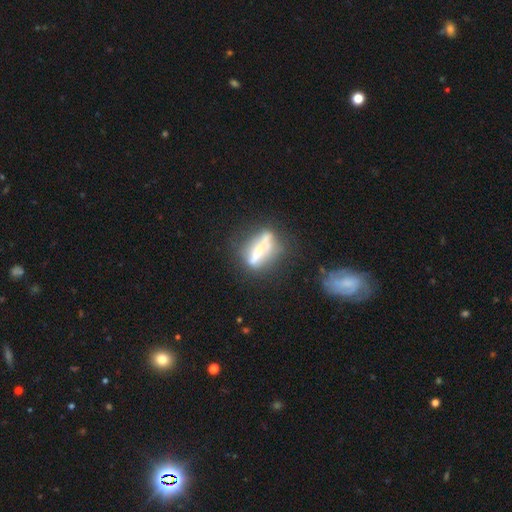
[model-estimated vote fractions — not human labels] Q: Smooth or featured?
A: featured or disk (57%); runner-up: smooth (32%)
Q: Edge-on disk?
A: no (53%); runner-up: yes (47%)
Q: Merging?
A: none (52%); runner-up: minor disturbance (20%)